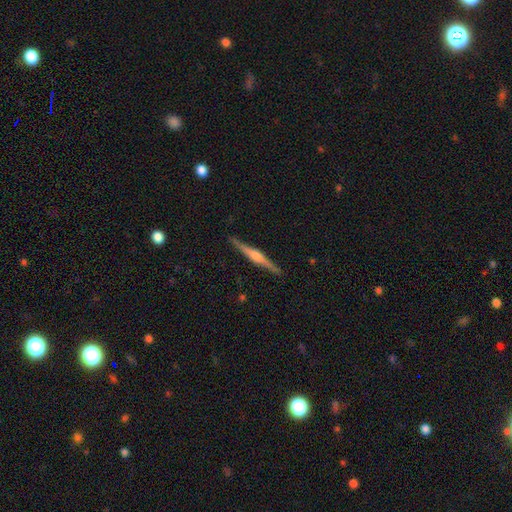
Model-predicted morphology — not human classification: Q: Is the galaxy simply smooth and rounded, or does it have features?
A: featured or disk — 81%.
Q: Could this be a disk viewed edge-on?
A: yes — 98%.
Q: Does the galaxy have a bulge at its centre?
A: rounded — 75%.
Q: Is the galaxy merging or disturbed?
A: none — 91%.